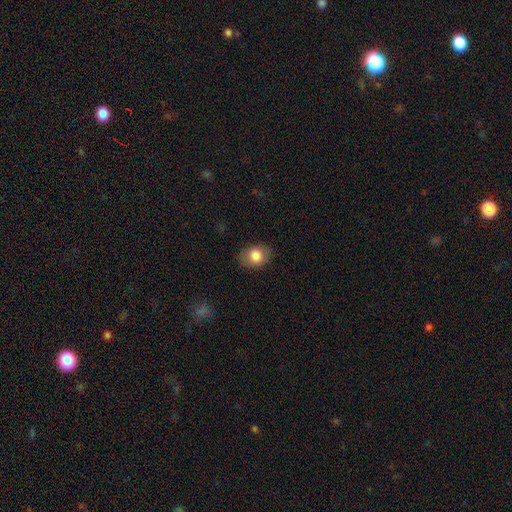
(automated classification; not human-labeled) This is clearly a smooth galaxy (81%). How rounded: likely in between (65%). Merging: clearly none (84%).